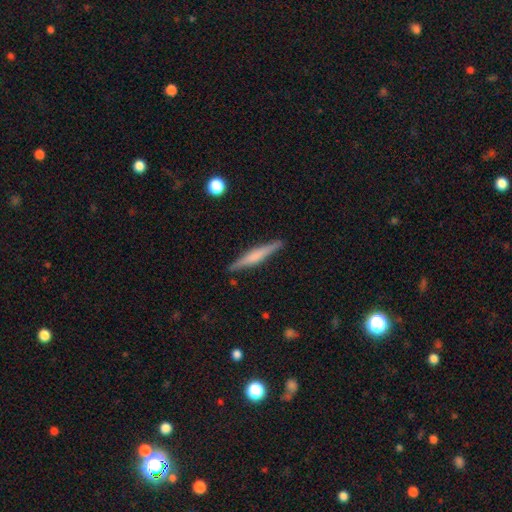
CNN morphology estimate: smooth_or_featured: featured or disk (p=0.54) [alt: smooth p=0.40]
disk_edge_on: yes (p=0.97) [alt: no p=0.03]
edge_on_bulge: rounded (p=0.50) [alt: boxy p=0.26]
merging: none (p=0.90) [alt: minor disturbance p=0.07]